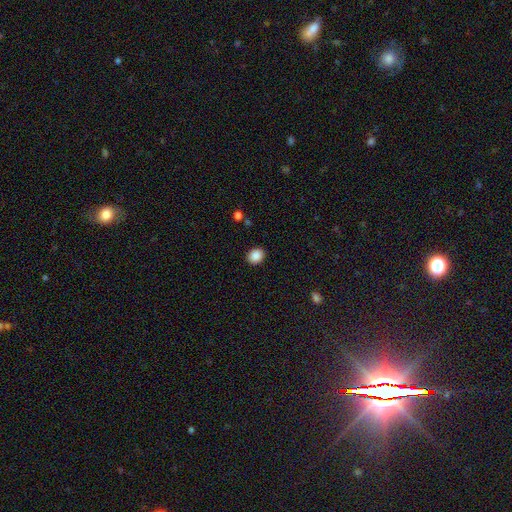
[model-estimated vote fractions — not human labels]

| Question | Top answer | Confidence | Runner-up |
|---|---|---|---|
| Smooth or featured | smooth | 88% | star or artifact (9%) |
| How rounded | round | 52% | in between (47%) |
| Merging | none | 90% | minor disturbance (7%) |